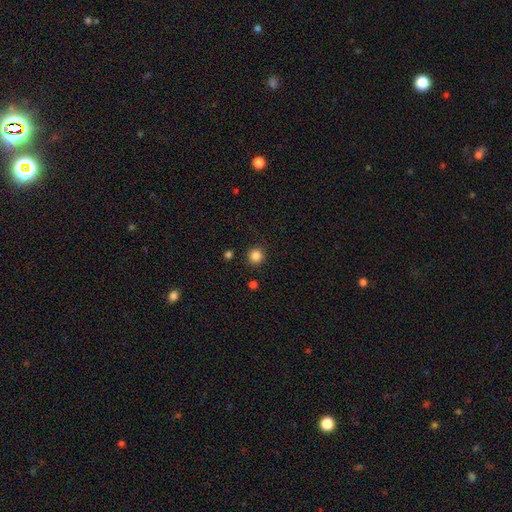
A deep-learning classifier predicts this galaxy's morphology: This is clearly a smooth galaxy (85%). How rounded: clearly round (95%). Merging: clearly none (90%).